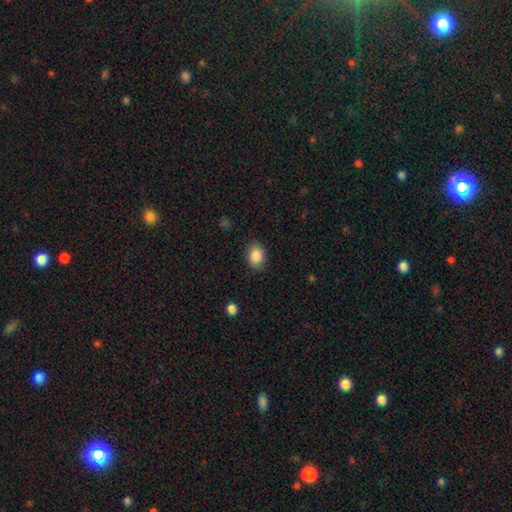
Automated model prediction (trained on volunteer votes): Smooth or featured?
  - smooth: 87% *
  - star or artifact: 8%
  - featured or disk: 5%
How rounded?
  - in between: 67% *
  - round: 32%
  - cigar-shaped: 1%
Merging?
  - none: 84% *
  - minor disturbance: 12%
  - major disturbance: 3%
  - merger: 1%